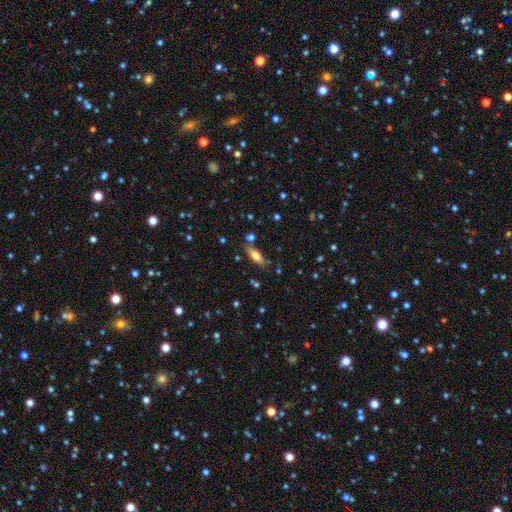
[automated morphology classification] This is likely a smooth galaxy (69%). How rounded: likely in between (69%). Merging: likely none (75%).